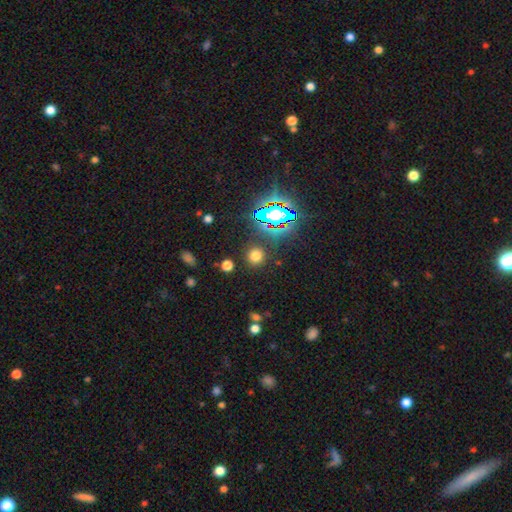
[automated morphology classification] This appears to be a smooth galaxy with no disk features (68%) that is round (92%). Merging: none (88%).